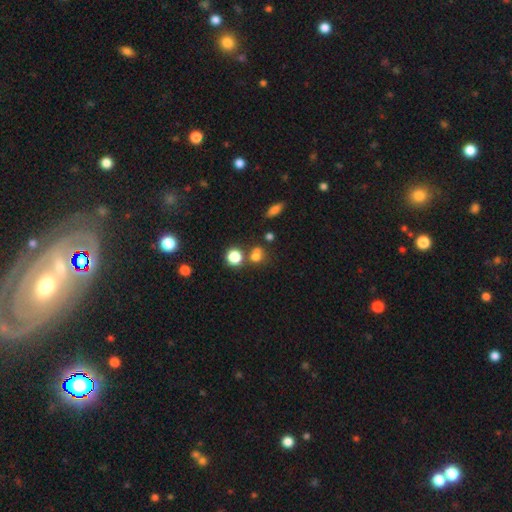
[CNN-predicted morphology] This is likely a smooth galaxy (70%). How rounded: likely round (73%). Merging: possibly none (52%).